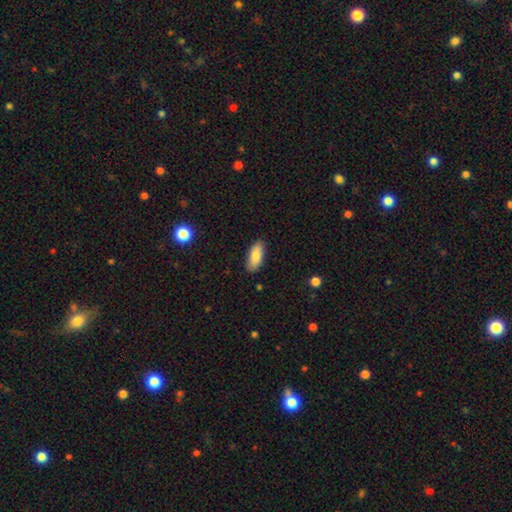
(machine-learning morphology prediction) Smooth or featured? Predicted: smooth (p=0.86). How rounded? Predicted: in between (p=0.83). Merging? Predicted: none (p=0.85).